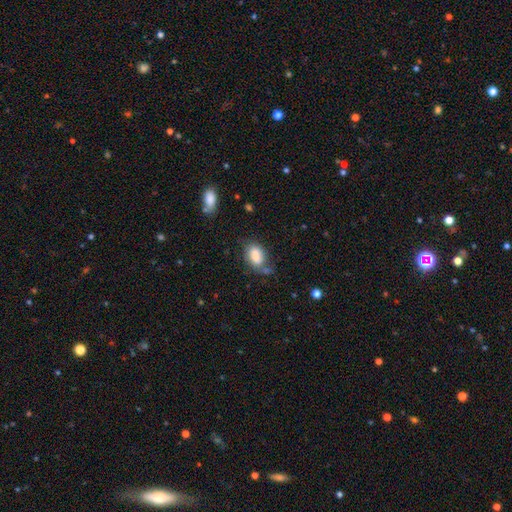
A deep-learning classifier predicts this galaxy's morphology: Smooth or featured? Predicted: smooth (p=0.80). How rounded? Predicted: in between (p=0.89). Merging? Predicted: none (p=0.55).